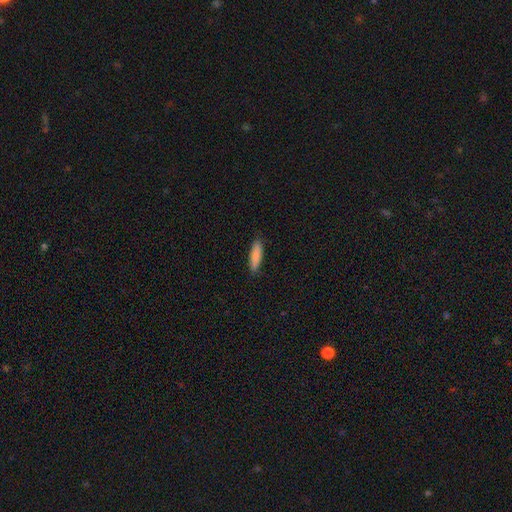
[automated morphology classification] Overall: smooth (85%). How rounded: cigar-shaped (67%; in between 32%). Merging: none (88%).